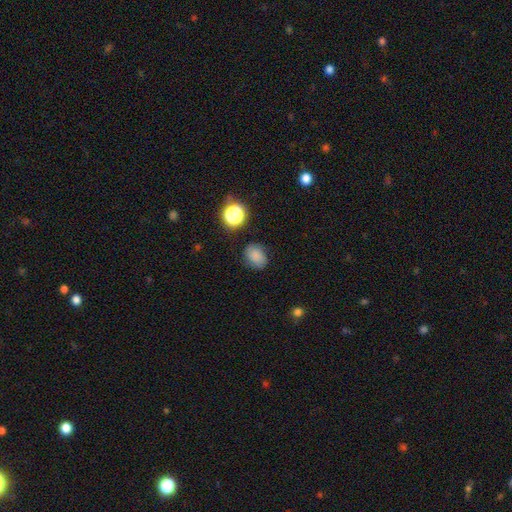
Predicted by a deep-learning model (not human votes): This appears to be a smooth galaxy with no disk features (79%) that is in between round and cigar-shaped (60%). Merging: none (76%).